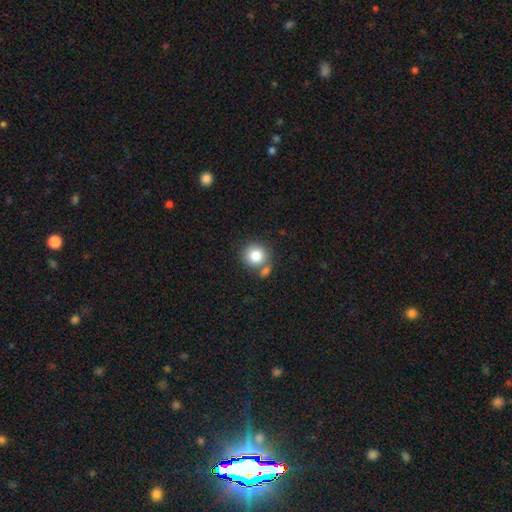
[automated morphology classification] type=smooth (82%); roundness=round (90%); merging=none (63%).